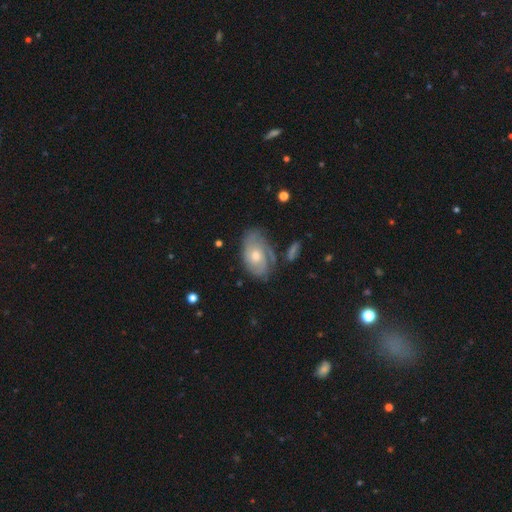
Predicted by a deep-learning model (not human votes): A featured or disk galaxy (68%) with no bar (78%), tight (60%) spiral arms (84%) and a moderate central bulge (63%).

Vote fractions:
- Smooth or featured? featured or disk: 68% / smooth: 25% / star or artifact: 8%
- Edge-on disk? no: 94% / yes: 6%
- Bar? no: 78% / weak: 19% / strong: 3%
- Spiral arms? yes: 84% / no: 16%
- Spiral winding? tight: 60% / medium: 29% / loose: 10%
- Spiral arm count? can't tell: 42% / 2: 31% / 3: 12% / 1: 7% / 4: 4% / more than 4: 3%
- Bulge size? moderate: 63% / small: 31% / large: 4% / none: 1% / dominant: 1%
- Merging? none: 65% / minor disturbance: 21% / major disturbance: 8% / merger: 5%